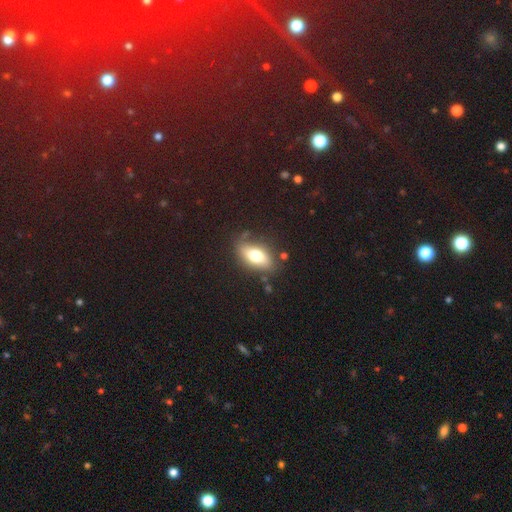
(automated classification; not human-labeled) Smooth or featured?
  - smooth: 70% *
  - featured or disk: 22%
  - star or artifact: 8%
How rounded?
  - in between: 85% *
  - cigar-shaped: 9%
  - round: 6%
Merging?
  - none: 73% *
  - minor disturbance: 18%
  - major disturbance: 6%
  - merger: 4%